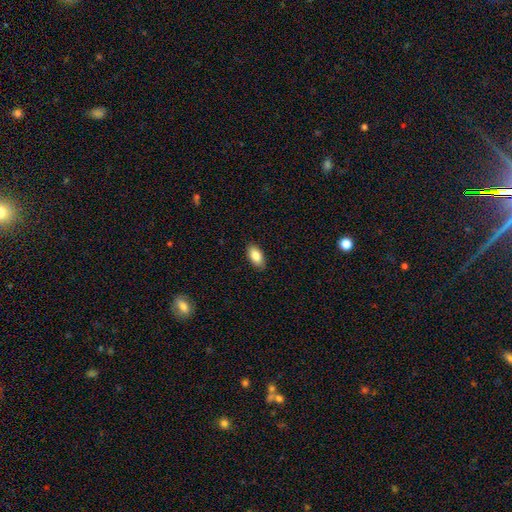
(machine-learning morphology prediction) Smooth or featured: smooth — 85% (featured or disk — 8%)
How rounded: in between — 92% (cigar-shaped — 4%)
Merging: none — 89% (minor disturbance — 8%)